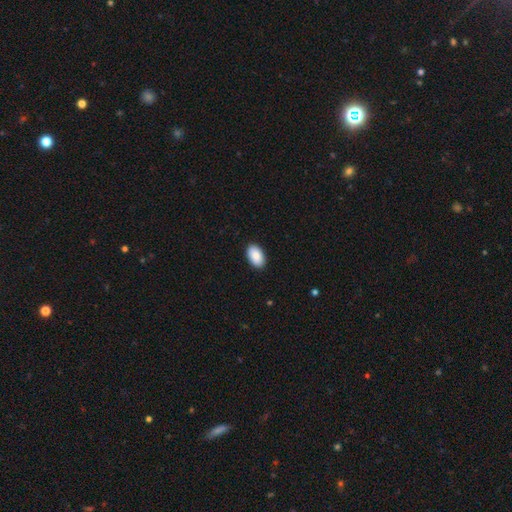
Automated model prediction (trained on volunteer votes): Smooth or featured? Predicted: smooth (p=0.88). How rounded? Predicted: in between (p=0.94). Merging? Predicted: none (p=0.91).